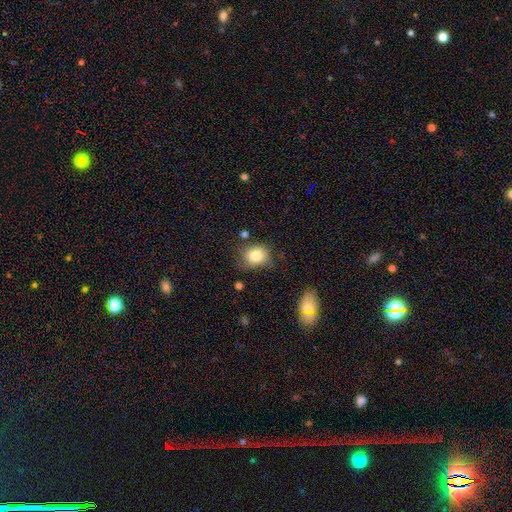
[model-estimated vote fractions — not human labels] Smooth or featured? Predicted: smooth (p=0.82). How rounded? Predicted: round (p=0.57). Merging? Predicted: none (p=0.67).